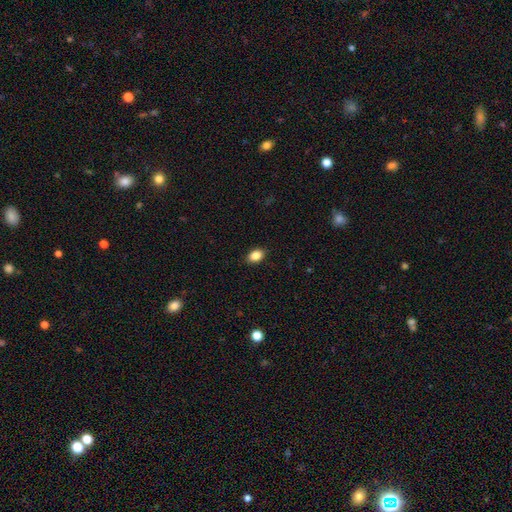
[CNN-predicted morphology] smooth_or_featured: smooth (p=0.86) [alt: star or artifact p=0.09]
how_rounded: in between (p=0.82) [alt: round p=0.17]
merging: none (p=0.88) [alt: minor disturbance p=0.09]